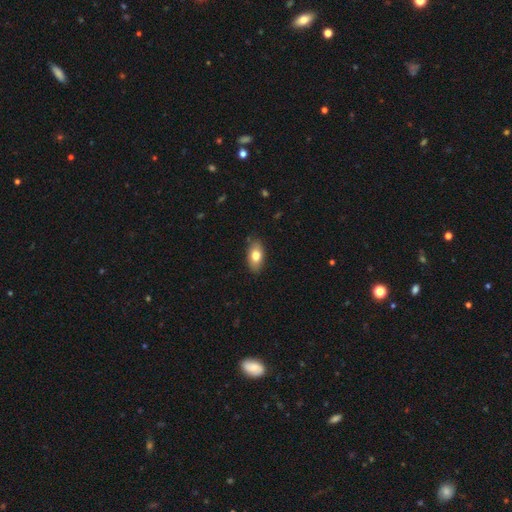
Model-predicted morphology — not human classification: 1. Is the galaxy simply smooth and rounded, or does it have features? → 78% smooth, 16% featured or disk, 7% star or artifact.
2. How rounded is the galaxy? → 91% in between, 5% round, 4% cigar-shaped.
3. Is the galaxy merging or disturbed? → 84% none, 13% minor disturbance, 2% major disturbance, 1% merger.